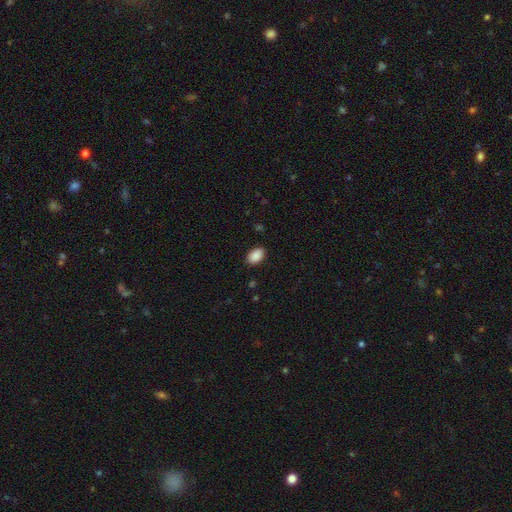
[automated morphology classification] Smooth or featured? Predicted: smooth (p=0.90). How rounded? Predicted: in between (p=0.91). Merging? Predicted: none (p=0.87).